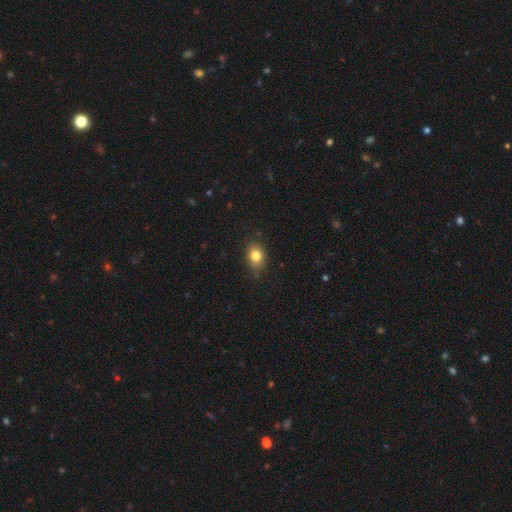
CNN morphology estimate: smooth-or-featured: smooth: 82% | star or artifact: 11% | featured or disk: 8%
  how-rounded: in between: 54% | round: 45% | cigar-shaped: 1%
  merging: none: 81% | minor disturbance: 15% | major disturbance: 3% | merger: 2%